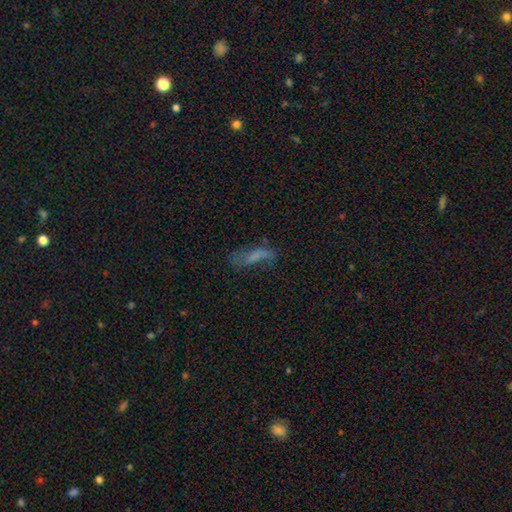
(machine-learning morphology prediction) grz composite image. It shows a smooth galaxy with no disk features (44%). Merging: none (48%).